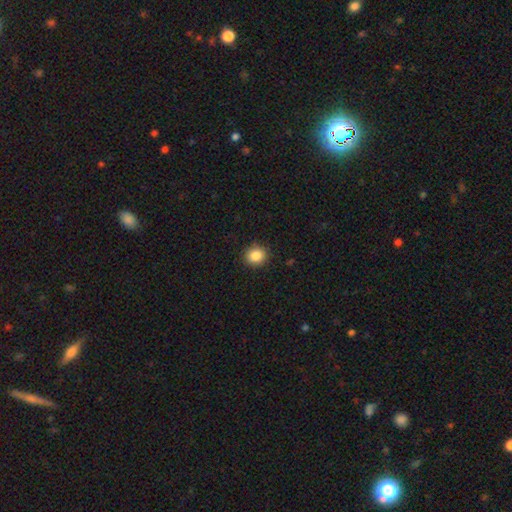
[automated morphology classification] This is clearly a smooth galaxy (86%). How rounded: clearly round (83%). Merging: clearly none (90%).